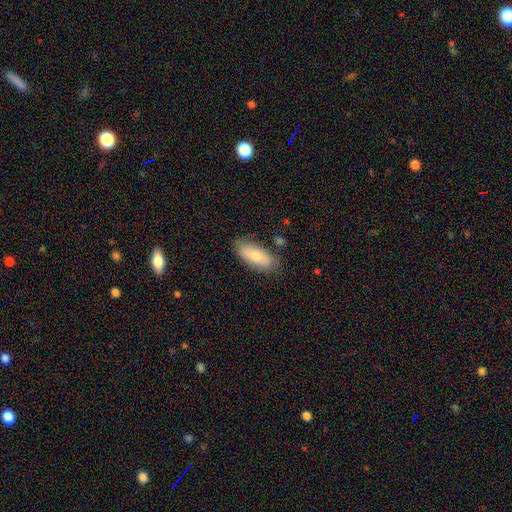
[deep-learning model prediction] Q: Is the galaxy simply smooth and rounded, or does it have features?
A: smooth — 71%.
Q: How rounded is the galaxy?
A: in between — 87%.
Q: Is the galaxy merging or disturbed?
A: none — 77%.